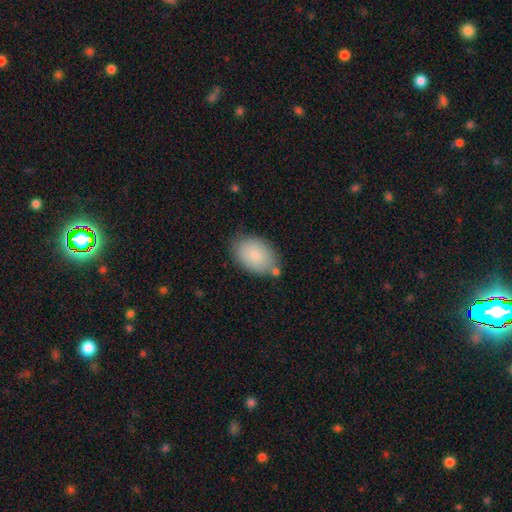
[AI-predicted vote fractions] Smooth or featured? Predicted: smooth (p=0.83). How rounded? Predicted: in between (p=0.85). Merging? Predicted: none (p=0.70).